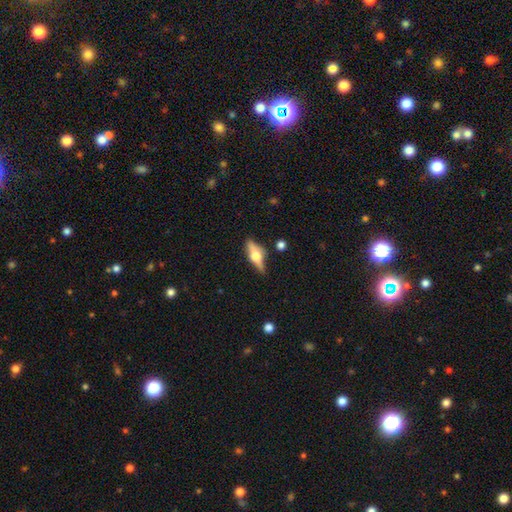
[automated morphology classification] Smooth or featured? featured or disk (59%)
Edge-on disk? yes (91%)
Edge-on bulge? rounded (94%)
Merging? none (70%)